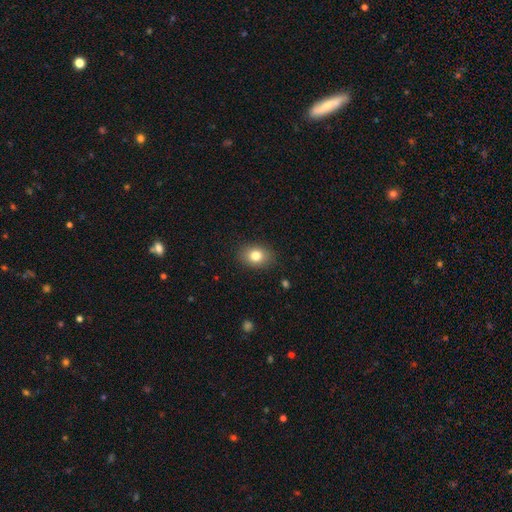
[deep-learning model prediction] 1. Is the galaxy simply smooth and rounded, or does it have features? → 81% smooth, 10% star or artifact, 9% featured or disk.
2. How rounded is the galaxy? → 64% in between, 35% round, 1% cigar-shaped.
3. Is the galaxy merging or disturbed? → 87% none, 10% minor disturbance, 2% major disturbance, 1% merger.